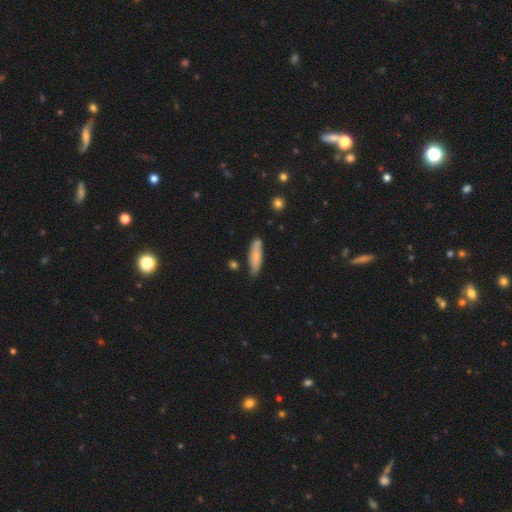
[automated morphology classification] Smooth or featured? smooth (68%)
How rounded? cigar-shaped (58%)
Merging? none (70%)